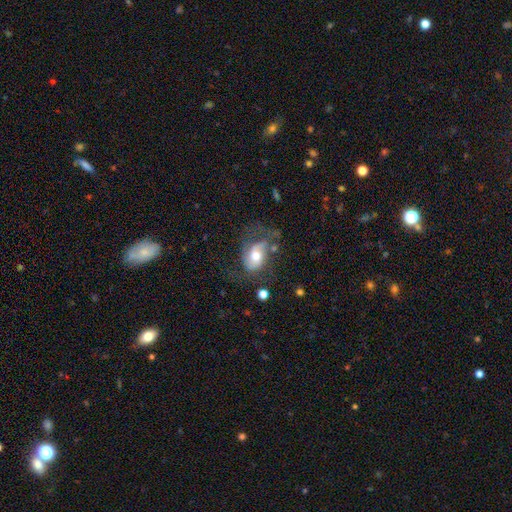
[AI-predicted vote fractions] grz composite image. It shows a featured or disk galaxy (54%) with no bar (60%), spiral arms (76%) and a moderate central bulge (70%). Merging: none (44%).